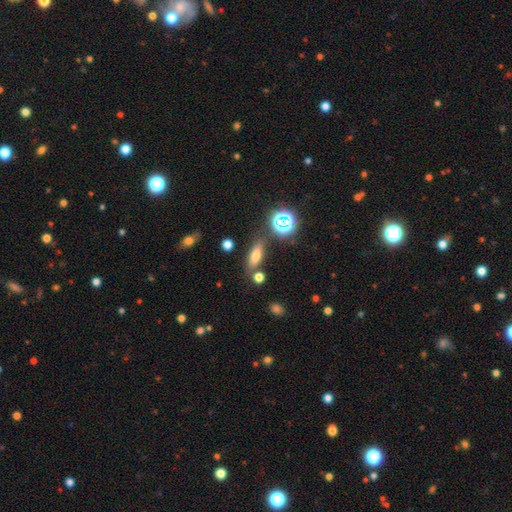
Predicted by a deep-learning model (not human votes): The model was most divided on "how rounded": in between: 56%, cigar-shaped: 37%, round: 8%. More confident: merging — none (73%); smooth or featured — smooth (64%).